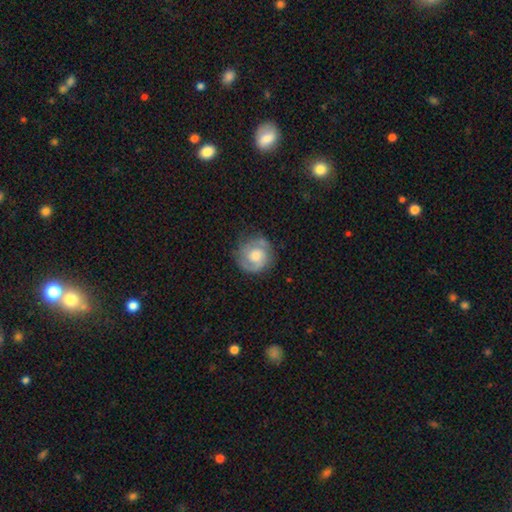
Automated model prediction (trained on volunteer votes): Smooth or featured? featured or disk (66%)
Edge-on disk? no (98%)
Bar? no (67%)
Spiral arms? yes (90%)
Spiral winding? tight (50%)
Spiral arm count? 2 (64%)
Bulge size? moderate (52%)
Merging? none (75%)